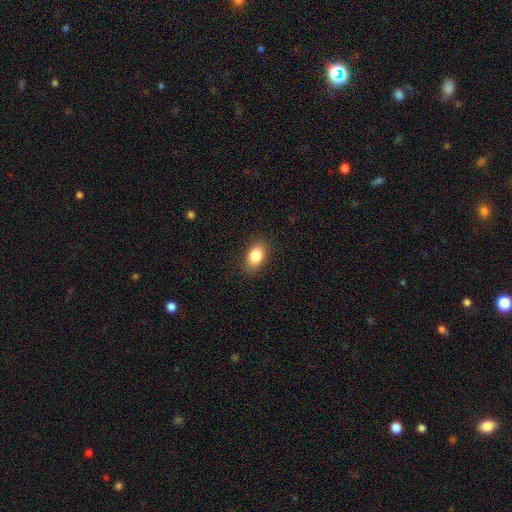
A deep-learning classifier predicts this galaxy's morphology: A smooth galaxy with no disk features (85%) that is in between round and cigar-shaped (88%).

Vote fractions:
- Smooth or featured? smooth: 85% / star or artifact: 8% / featured or disk: 7%
- How rounded? in between: 88% / round: 10% / cigar-shaped: 2%
- Merging? none: 87% / minor disturbance: 10% / major disturbance: 3% / merger: 1%